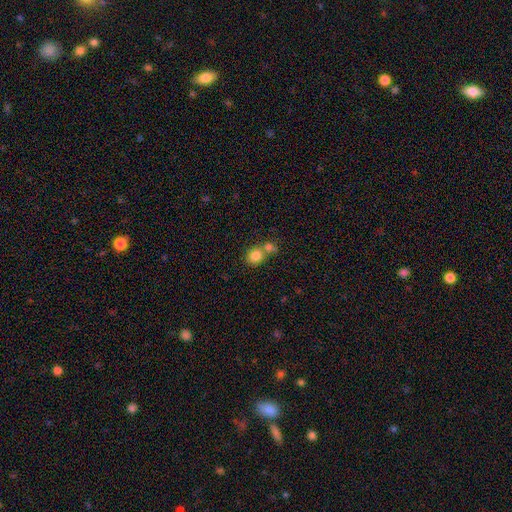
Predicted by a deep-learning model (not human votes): Smooth or featured? smooth (82%)
How rounded? round (76%)
Merging? none (47%)